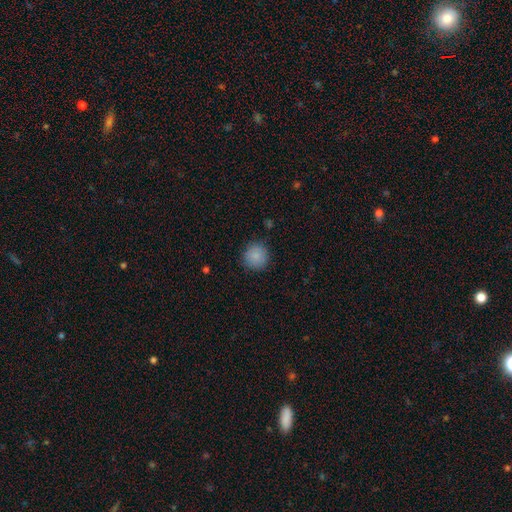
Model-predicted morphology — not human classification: type=smooth (87%); roundness=round (93%); merging=none (87%).